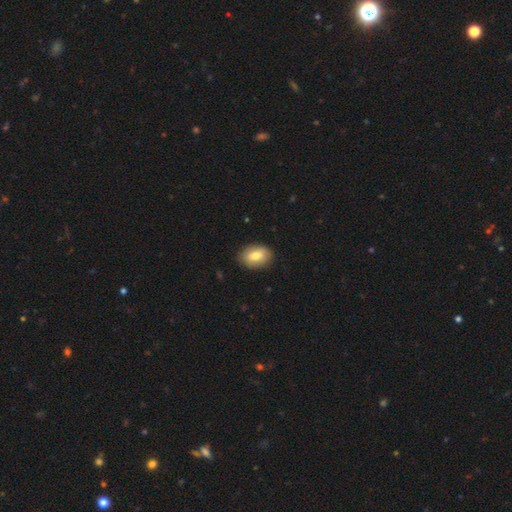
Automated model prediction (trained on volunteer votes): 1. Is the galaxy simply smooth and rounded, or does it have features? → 75% smooth, 18% featured or disk, 7% star or artifact.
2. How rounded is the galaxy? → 81% in between, 18% round, 1% cigar-shaped.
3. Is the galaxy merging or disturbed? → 87% none, 10% minor disturbance, 2% major disturbance, 1% merger.